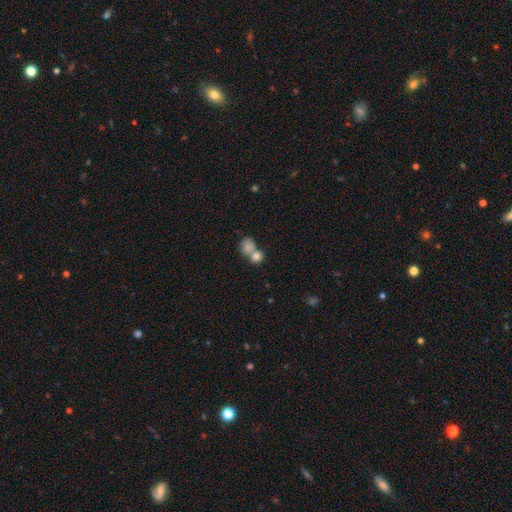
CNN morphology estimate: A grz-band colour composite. It shows a smooth galaxy with no disk features (79%) that is round (65%). Merging: merger (63%).